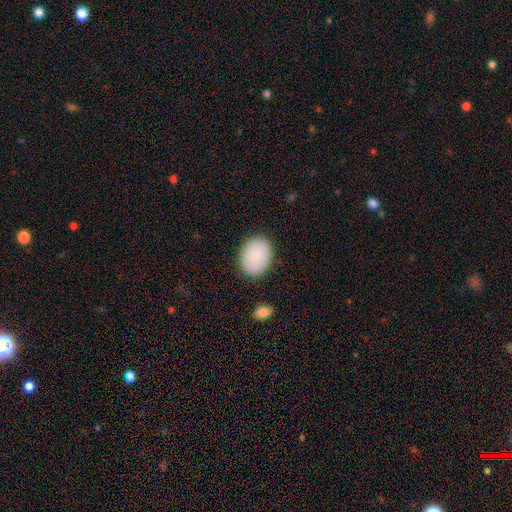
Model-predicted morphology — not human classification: smooth_or_featured: smooth (p=0.83) [alt: featured or disk p=0.10]
how_rounded: in between (p=0.67) [alt: round p=0.32]
merging: none (p=0.85) [alt: minor disturbance p=0.11]